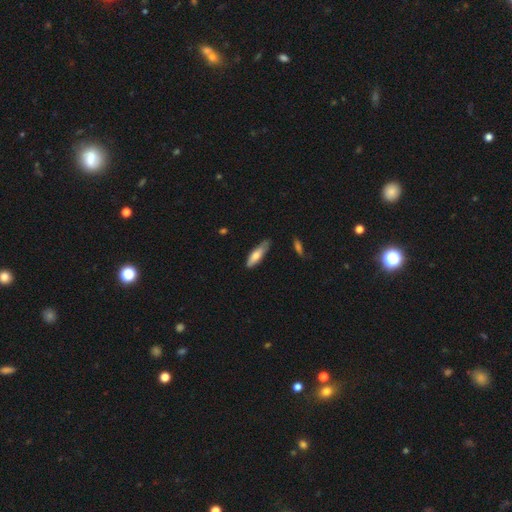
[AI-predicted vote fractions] A smooth galaxy with no disk features (71%) that is cigar-shaped (58%).

Vote fractions:
- Smooth or featured? smooth: 71% / featured or disk: 23% / star or artifact: 6%
- How rounded? cigar-shaped: 58% / in between: 40% / round: 2%
- Merging? none: 68% / minor disturbance: 26% / major disturbance: 4% / merger: 2%